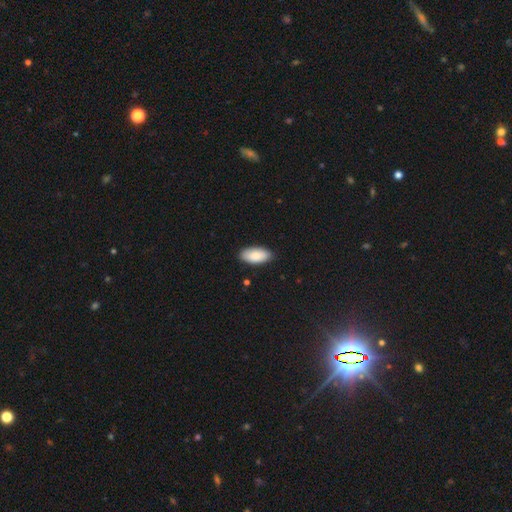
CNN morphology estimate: A smooth galaxy with no disk features (88%) that is in between round and cigar-shaped (93%). Merging: none (88%).